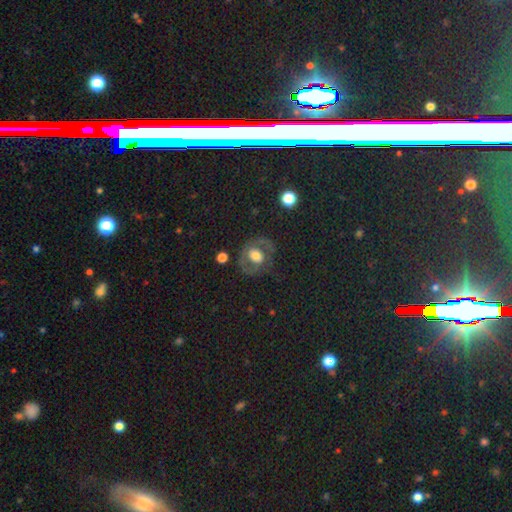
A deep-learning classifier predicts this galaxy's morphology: This appears to be a featured or disk galaxy (49%). Merging: none (67%).